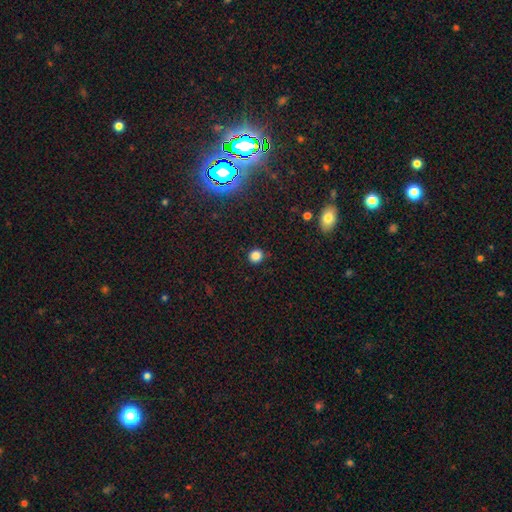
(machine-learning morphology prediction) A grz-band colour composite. It shows a smooth galaxy with no disk features (83%) that is round (88%). Merging: none (88%).